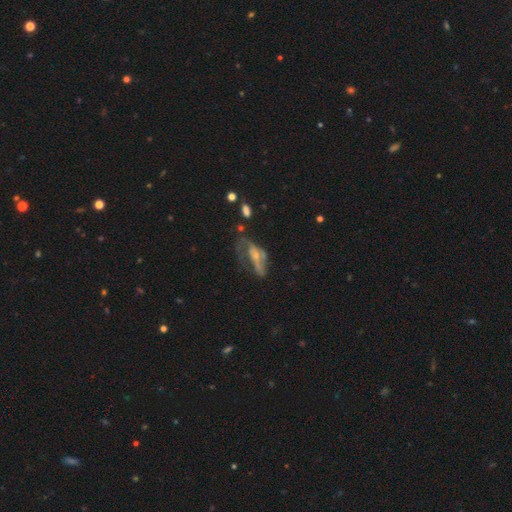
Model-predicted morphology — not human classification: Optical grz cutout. It shows a featured or disk galaxy (63%) with no bar (64%), spiral arms (55%) and a small central bulge (61%). Merging: major disturbance (46%).